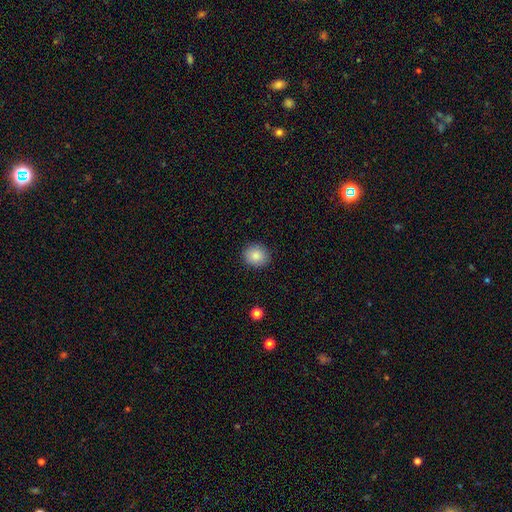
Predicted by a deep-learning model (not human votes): The model was most divided on "how rounded": round: 74%, in between: 25%, cigar-shaped: 1%. More confident: merging — none (89%); smooth or featured — smooth (85%).